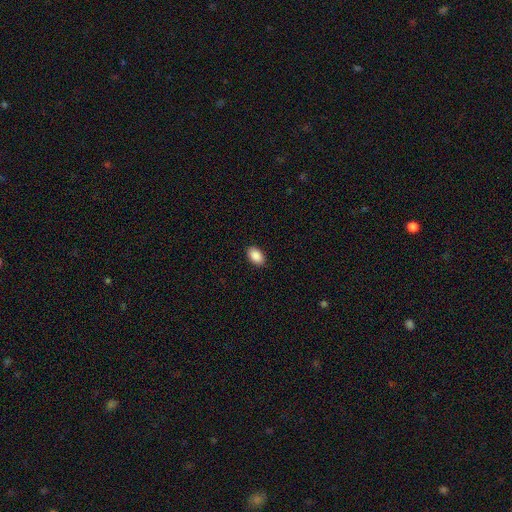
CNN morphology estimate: Overall: smooth (90%). How rounded: in between (91%). Merging: none (90%).